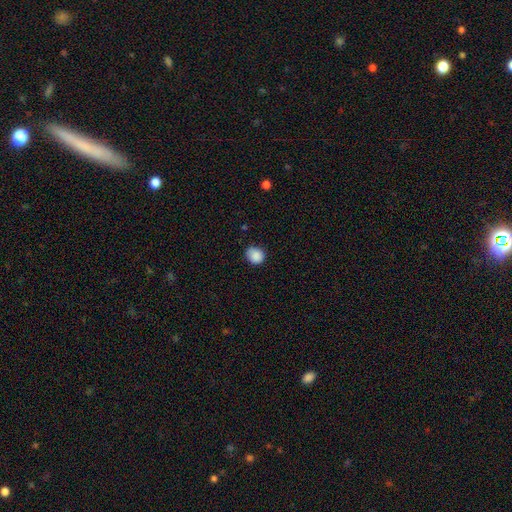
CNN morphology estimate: Smooth or featured?
  - smooth: 88% *
  - star or artifact: 9%
  - featured or disk: 3%
How rounded?
  - round: 76% *
  - in between: 23%
  - cigar-shaped: 1%
Merging?
  - none: 76% *
  - minor disturbance: 19%
  - major disturbance: 3%
  - merger: 1%